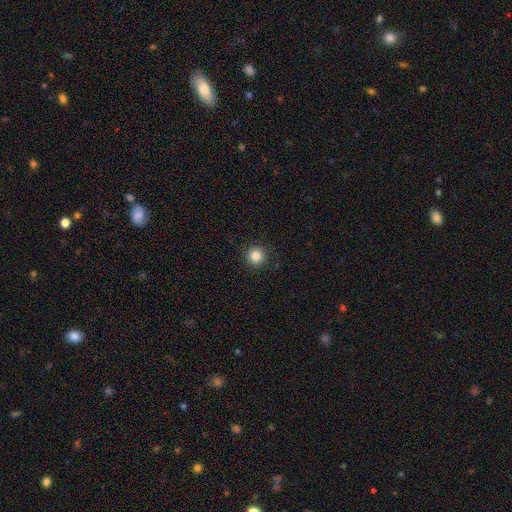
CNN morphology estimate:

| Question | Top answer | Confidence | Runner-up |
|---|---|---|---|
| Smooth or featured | smooth | 84% | star or artifact (11%) |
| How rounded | round | 96% | in between (4%) |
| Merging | none | 92% | minor disturbance (5%) |